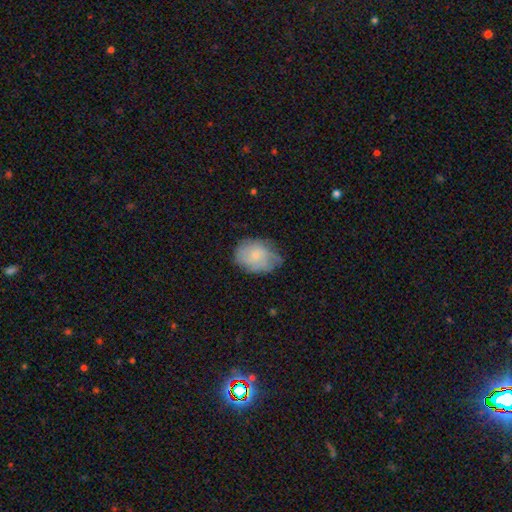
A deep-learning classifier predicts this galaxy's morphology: Smooth or featured: smooth — 62% (featured or disk — 30%)
How rounded: in between — 69% (round — 30%)
Merging: none — 59% (minor disturbance — 31%)